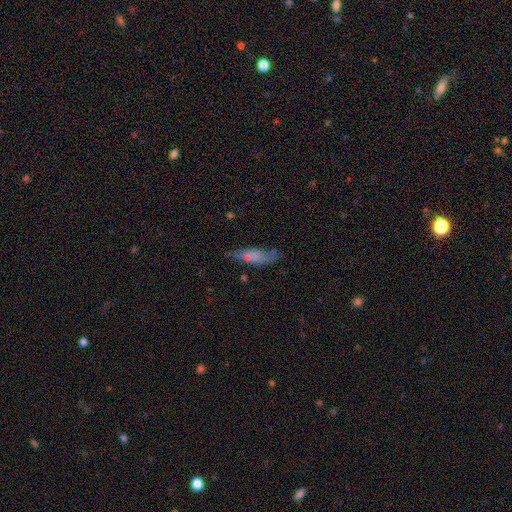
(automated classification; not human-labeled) This is likely a smooth galaxy (62%). How rounded: possibly cigar-shaped (57%). Merging: possibly none (56%).